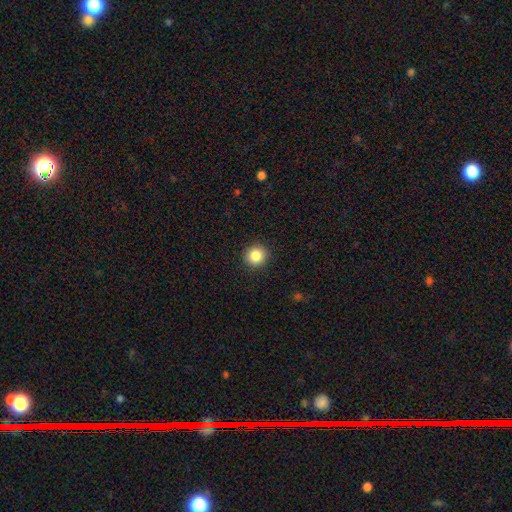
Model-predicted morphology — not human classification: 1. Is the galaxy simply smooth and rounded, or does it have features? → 86% smooth, 10% star or artifact, 4% featured or disk.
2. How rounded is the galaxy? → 93% round, 6% in between, 1% cigar-shaped.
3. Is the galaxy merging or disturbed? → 92% none, 5% minor disturbance, 2% major disturbance, 1% merger.